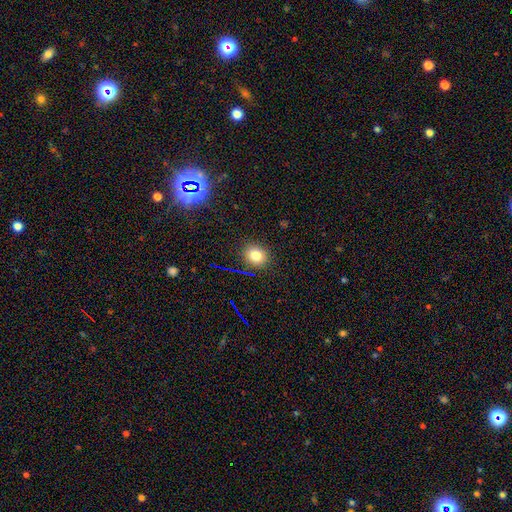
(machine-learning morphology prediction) This appears to be a smooth galaxy with no disk features (78%) that is round (75%). Merging: none (88%).